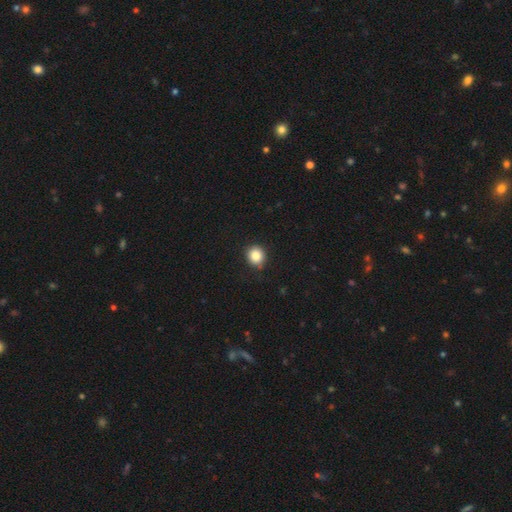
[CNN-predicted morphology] Smooth or featured? Predicted: smooth (p=0.84). How rounded? Predicted: round (p=0.83). Merging? Predicted: none (p=0.83).